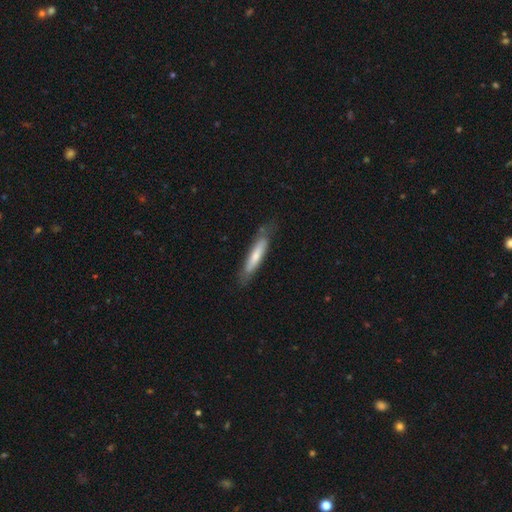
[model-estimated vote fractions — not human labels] smooth_or_featured: smooth (p=0.62) [alt: featured or disk p=0.33]
how_rounded: cigar-shaped (p=0.86) [alt: in between p=0.13]
merging: none (p=0.73) [alt: minor disturbance p=0.20]